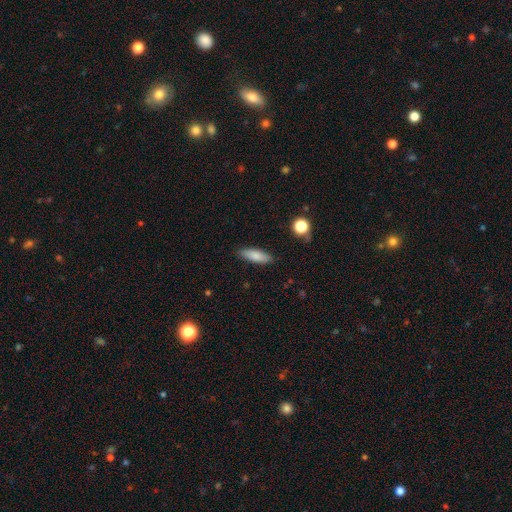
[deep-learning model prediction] Overall: smooth (82%). How rounded: in between (54%; cigar-shaped 44%). Merging: none (85%).